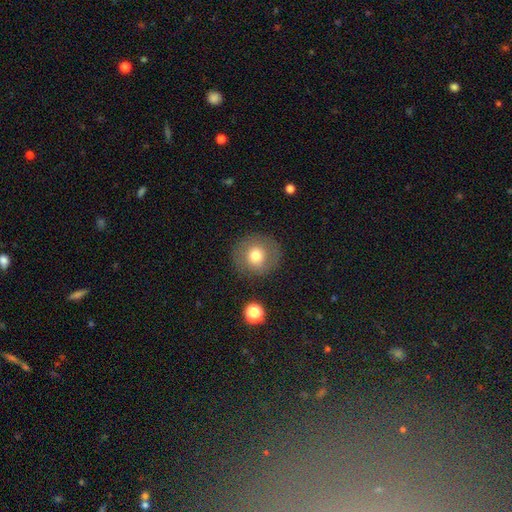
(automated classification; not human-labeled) This appears to be a smooth galaxy with no disk features (70%) that is round (92%). Merging: none (84%).